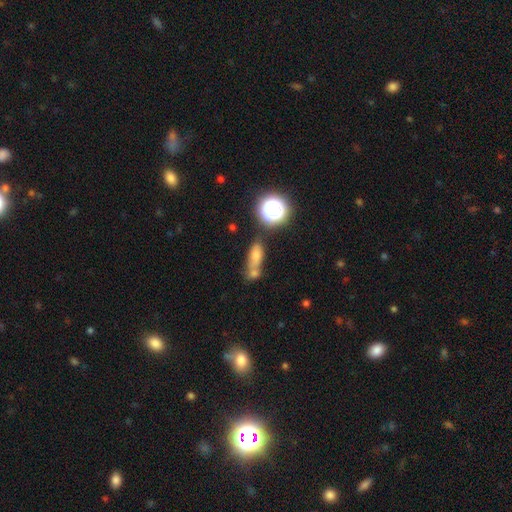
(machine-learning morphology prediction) A smooth galaxy with no disk features (65%) that is in between round and cigar-shaped (60%).

Vote fractions:
- Smooth or featured? smooth: 65% / star or artifact: 18% / featured or disk: 17%
- How rounded? in between: 60% / cigar-shaped: 23% / round: 18%
- Merging? none: 38% / merger: 37% / minor disturbance: 16% / major disturbance: 9%